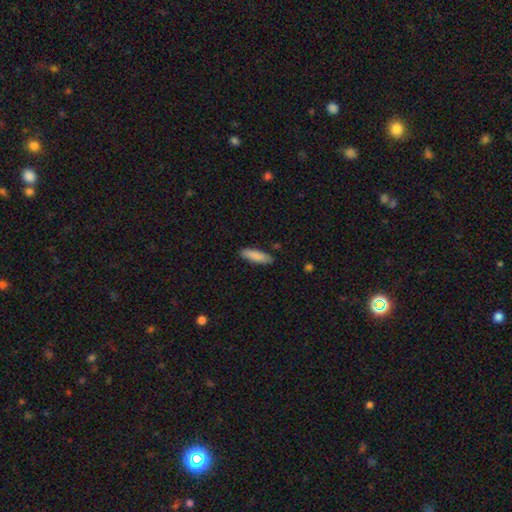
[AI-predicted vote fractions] Smooth or featured: smooth — 87% (featured or disk — 7%)
How rounded: cigar-shaped — 57% (in between — 42%)
Merging: none — 86% (minor disturbance — 11%)